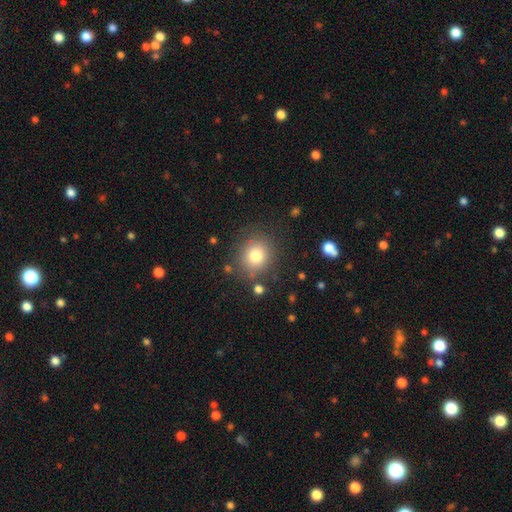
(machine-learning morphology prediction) The model was most divided on "smooth or featured": smooth: 77%, star or artifact: 13%, featured or disk: 10%. More confident: how rounded — round (86%); merging — none (82%).